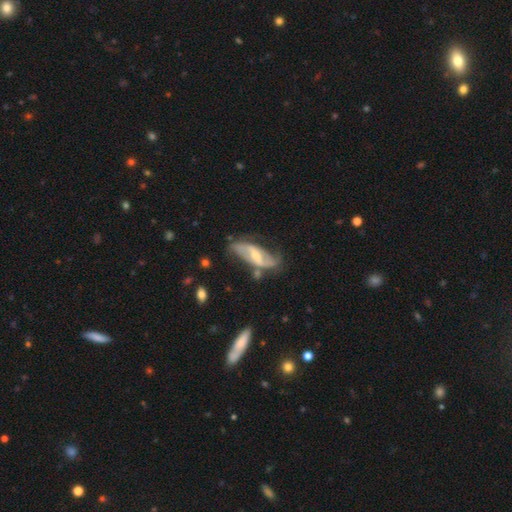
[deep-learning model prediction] A featured or disk galaxy (78%) with a weak bar (42%), 2 (84%) loose (55%) spiral arms (90%) and a moderate central bulge (48%). Merging: none (58%).